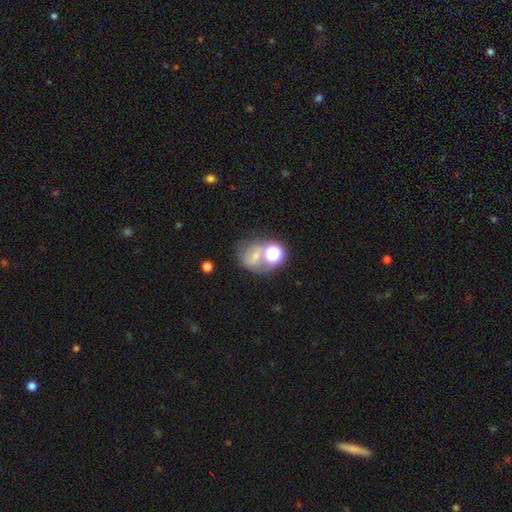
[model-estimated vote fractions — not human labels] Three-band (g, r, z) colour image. It shows a smooth galaxy with no disk features (51%) that is round (65%). Merging: none (41%).